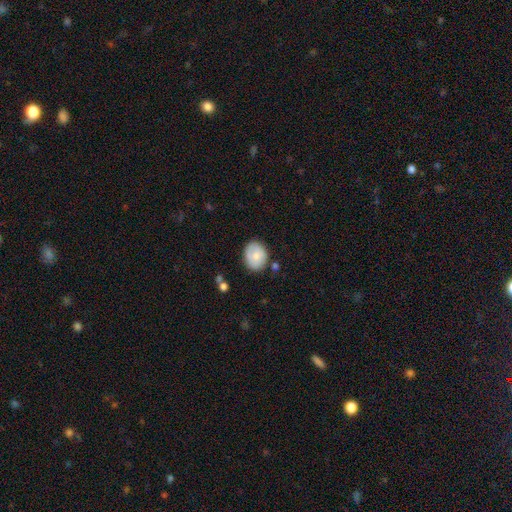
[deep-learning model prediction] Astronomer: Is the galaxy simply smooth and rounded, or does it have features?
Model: smooth — 73%.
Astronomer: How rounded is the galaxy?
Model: in between — 51% (runner-up: round, 48%).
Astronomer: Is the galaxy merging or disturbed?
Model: none — 75%.